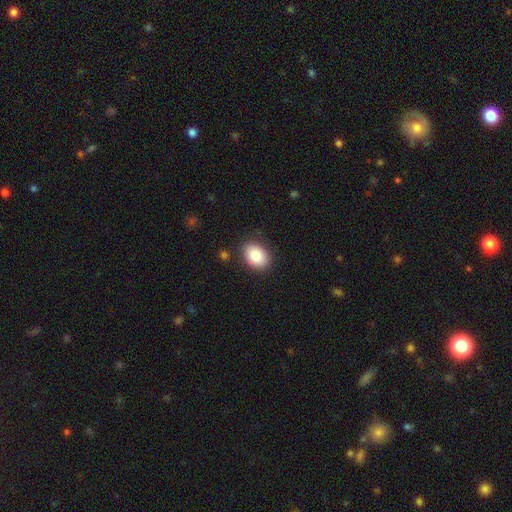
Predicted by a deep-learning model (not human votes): smooth 88%, star or artifact 7%, featured or disk 5%. Down the decision tree: how rounded — in between (80%); merging — none (84%).